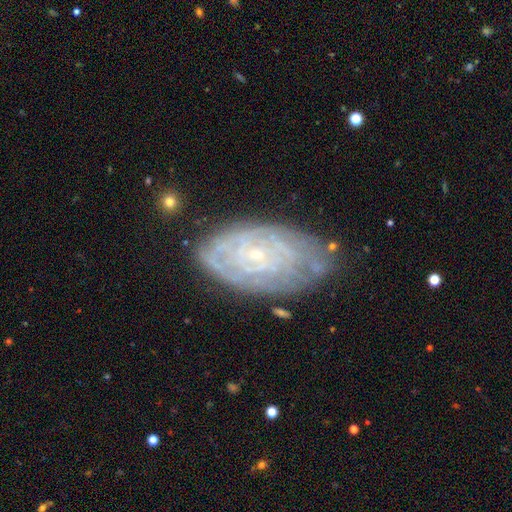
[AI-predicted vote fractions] Q: Smooth or featured?
A: featured or disk (80%); runner-up: smooth (13%)
Q: Edge-on disk?
A: no (95%); runner-up: yes (5%)
Q: Bar?
A: no (73%); runner-up: weak (22%)
Q: Spiral arms?
A: yes (88%); runner-up: no (12%)
Q: Spiral winding?
A: tight (80%); runner-up: medium (16%)
Q: Spiral arm count?
A: can't tell (52%); runner-up: 2 (14%)
Q: Bulge size?
A: small (84%); runner-up: moderate (11%)
Q: Merging?
A: none (66%); runner-up: minor disturbance (24%)